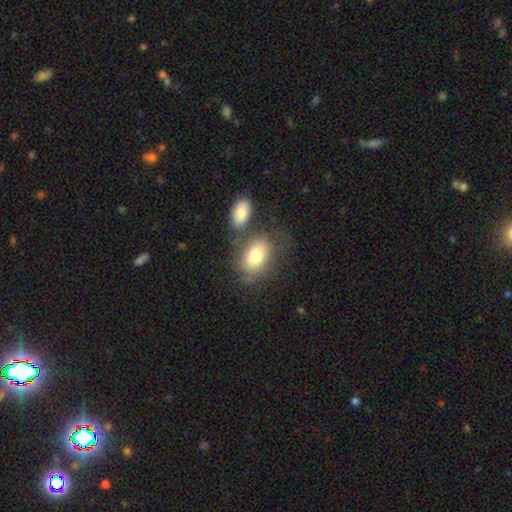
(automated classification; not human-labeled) This is likely a smooth galaxy (77%). How rounded: clearly in between (80%). Merging: possibly none (55%).